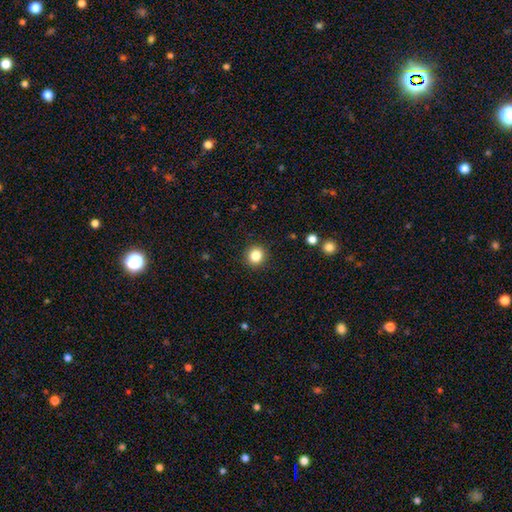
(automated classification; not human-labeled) smooth 84%, star or artifact 11%, featured or disk 4%. Down the decision tree: how rounded — round (89%); merging — none (91%).